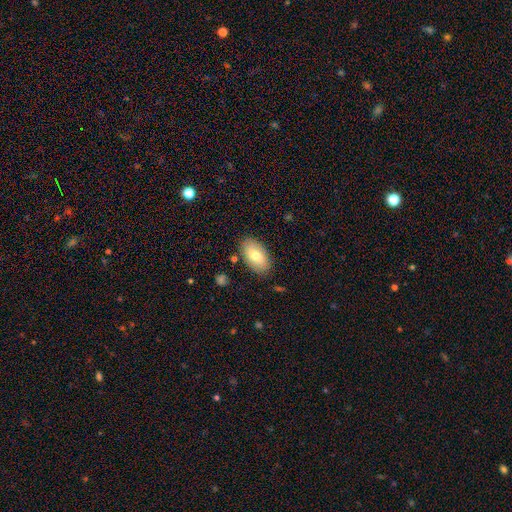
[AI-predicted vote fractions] Overall: smooth (75%). How rounded: in between (94%). Merging: none (85%).